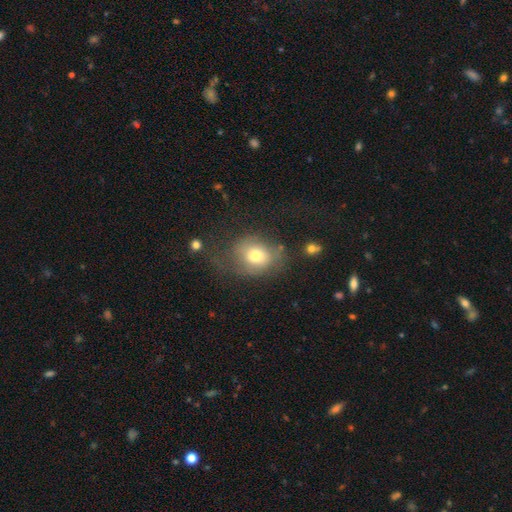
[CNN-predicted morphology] Q: Smooth or featured?
A: smooth (71%); runner-up: featured or disk (18%)
Q: How rounded?
A: round (51%); runner-up: in between (48%)
Q: Merging?
A: none (47%); runner-up: minor disturbance (26%)